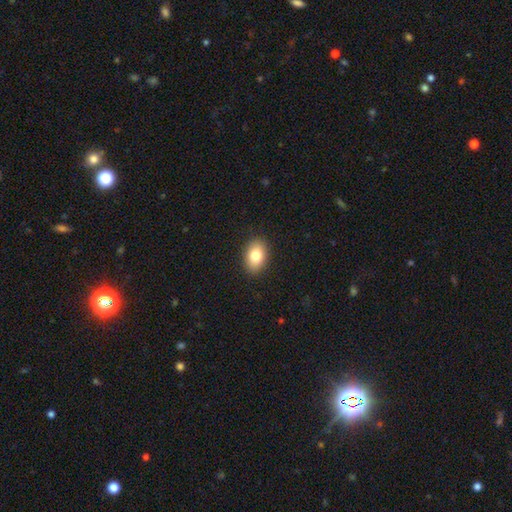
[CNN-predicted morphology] Overall: smooth (81%). How rounded: in between (83%). Merging: none (90%).